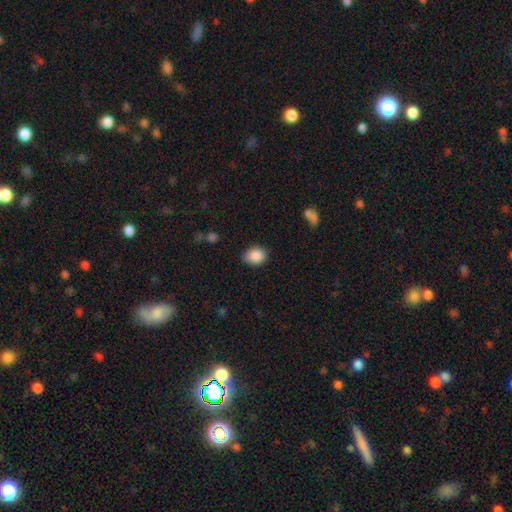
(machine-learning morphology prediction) This appears to be a smooth galaxy with no disk features (88%) that is in between round and cigar-shaped (57%). Merging: none (71%).